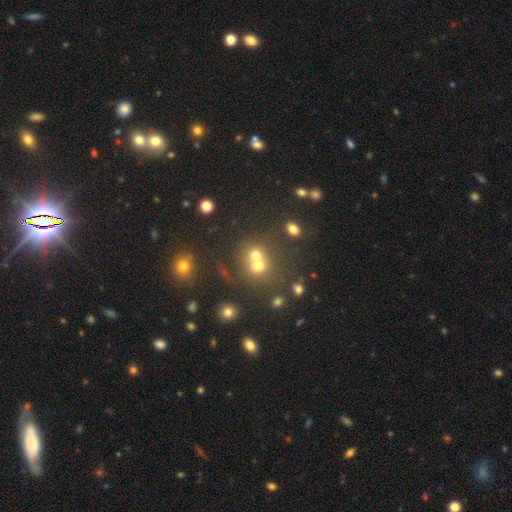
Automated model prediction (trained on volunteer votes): Smooth or featured: smooth — 62% (star or artifact — 20%)
How rounded: round — 77% (in between — 22%)
Merging: merger — 54% (none — 34%)